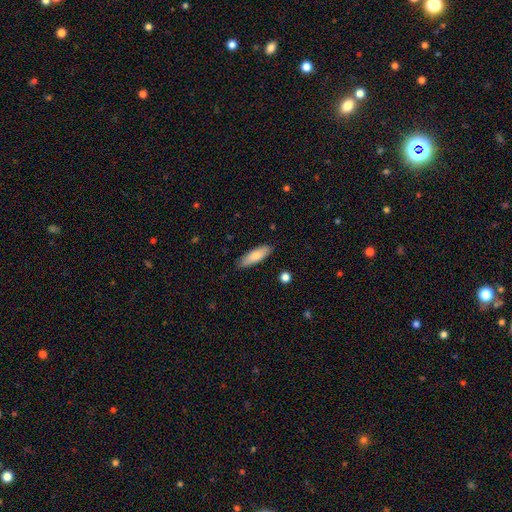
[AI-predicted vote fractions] The model was most divided on "how rounded": in between: 50%, cigar-shaped: 48%, round: 2%. More confident: merging — none (87%); smooth or featured — smooth (78%).